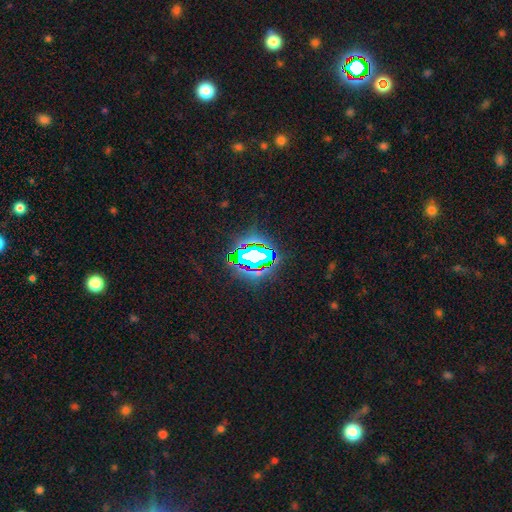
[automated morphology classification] This is likely a star or artifact rather than a galaxy (70%).